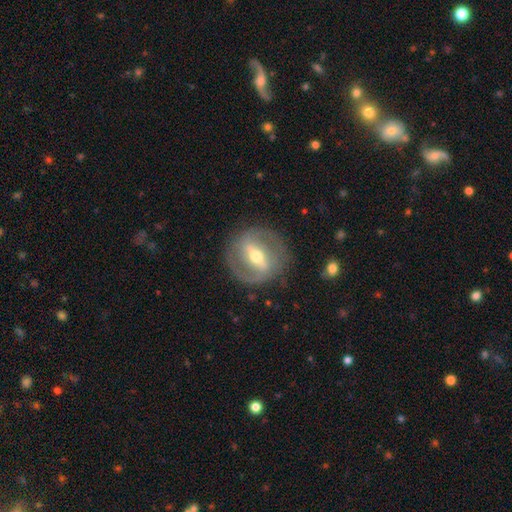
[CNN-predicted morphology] Smooth or featured? featured or disk (77%)
Edge-on disk? no (91%)
Bar? strong (61%)
Spiral arms? yes (61%)
Bulge size? moderate (66%)
Merging? none (82%)